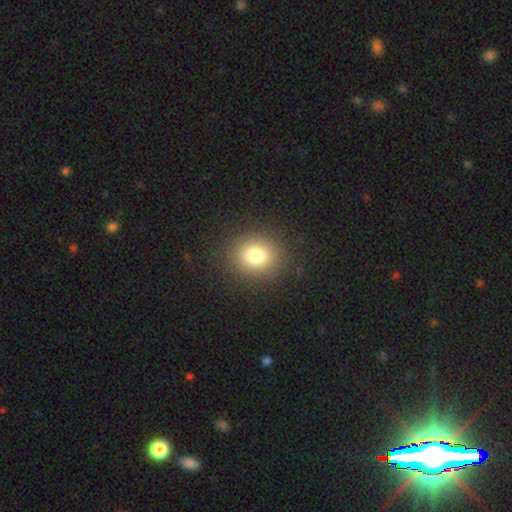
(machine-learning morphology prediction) The model was most divided on "how rounded": round: 78%, in between: 21%, cigar-shaped: 1%. More confident: merging — none (88%); smooth or featured — smooth (79%).